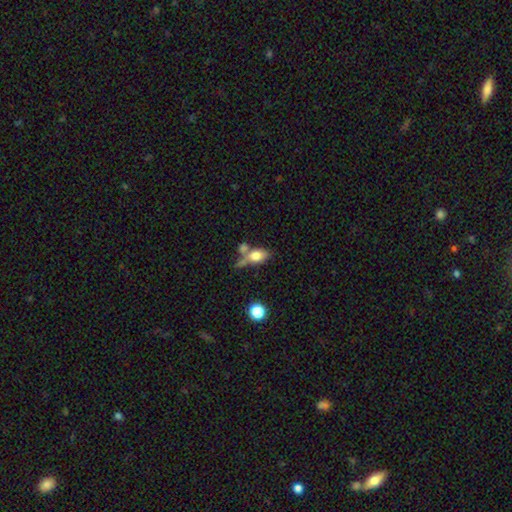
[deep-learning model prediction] smooth-or-featured: smooth: 72% | featured or disk: 19% | star or artifact: 9%
  how-rounded: in between: 80% | round: 13% | cigar-shaped: 7%
  merging: merger: 38% | none: 35% | minor disturbance: 17% | major disturbance: 11%